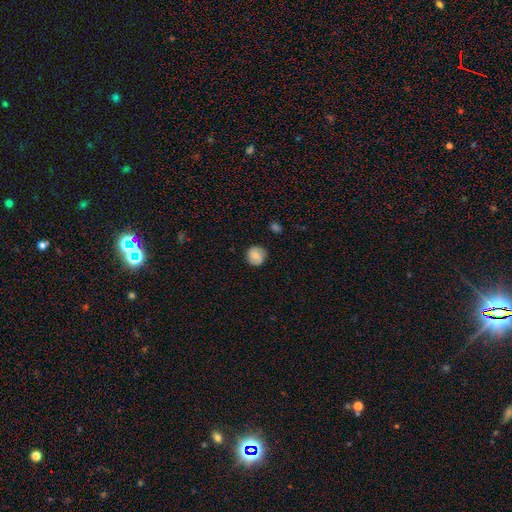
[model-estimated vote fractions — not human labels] Smooth or featured: smooth — 69% (featured or disk — 23%)
How rounded: round — 90% (in between — 9%)
Merging: none — 81% (minor disturbance — 15%)